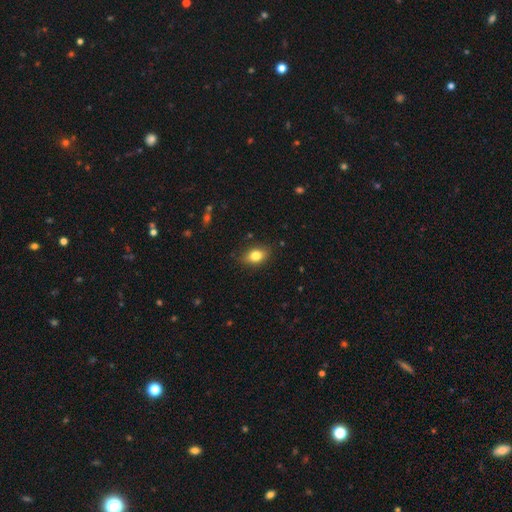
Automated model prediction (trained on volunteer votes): A smooth galaxy with no disk features (80%) that is in between round and cigar-shaped (78%). Merging: none (83%).